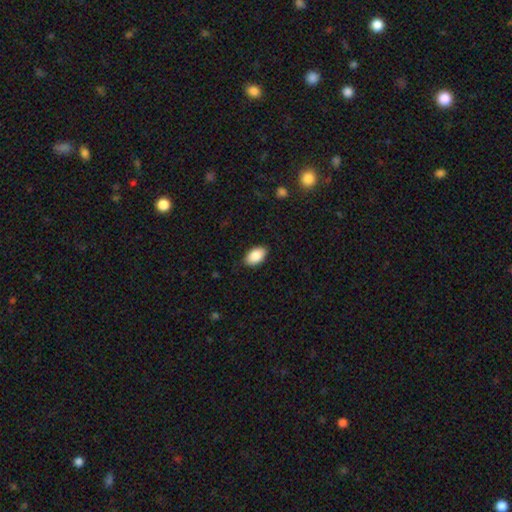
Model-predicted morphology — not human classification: A smooth galaxy with no disk features (88%) that is in between round and cigar-shaped (94%).

Vote fractions:
- Smooth or featured? smooth: 88% / star or artifact: 7% / featured or disk: 5%
- How rounded? in between: 94% / round: 5% / cigar-shaped: 1%
- Merging? none: 85% / minor disturbance: 11% / major disturbance: 2% / merger: 1%